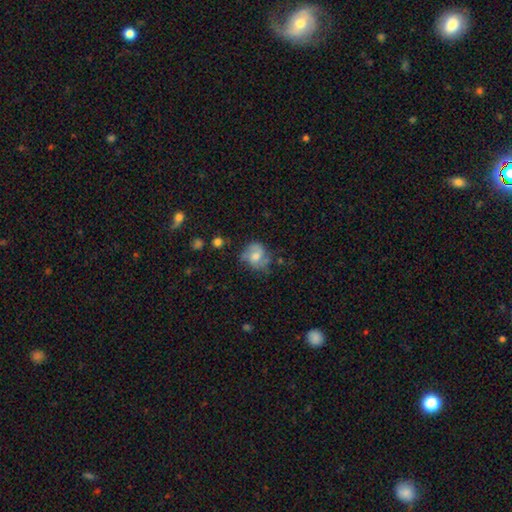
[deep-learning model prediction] A smooth galaxy with no disk features (47%).

Vote fractions:
- Smooth or featured? smooth: 47% / featured or disk: 44% / star or artifact: 9%
- Merging? none: 53% / minor disturbance: 27% / major disturbance: 16% / merger: 4%